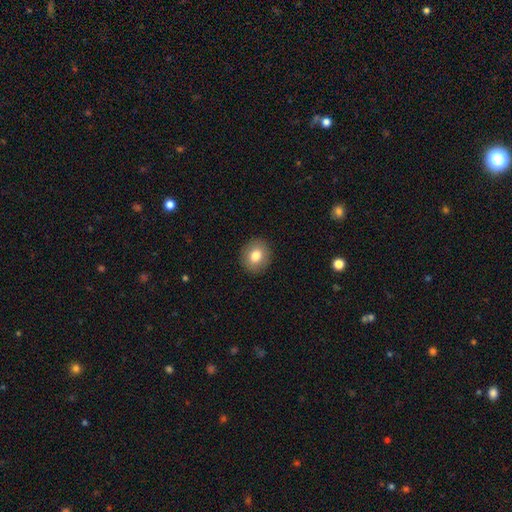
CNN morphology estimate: Smooth or featured: smooth — 79% (featured or disk — 12%)
How rounded: round — 77% (in between — 22%)
Merging: none — 91% (minor disturbance — 6%)